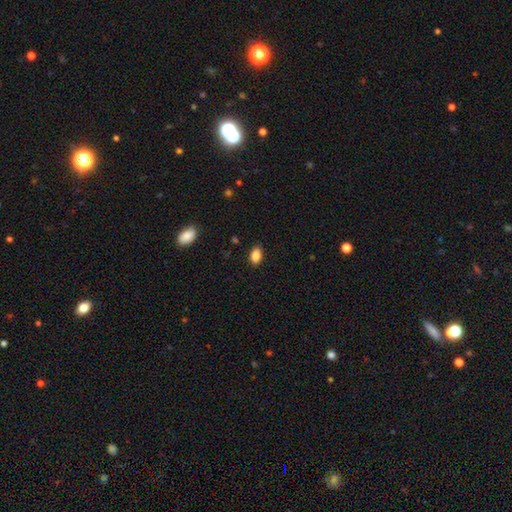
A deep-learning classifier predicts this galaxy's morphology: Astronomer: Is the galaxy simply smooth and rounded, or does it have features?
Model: smooth — 87%.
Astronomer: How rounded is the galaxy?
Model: in between — 89%.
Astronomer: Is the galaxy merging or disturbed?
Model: none — 83%.